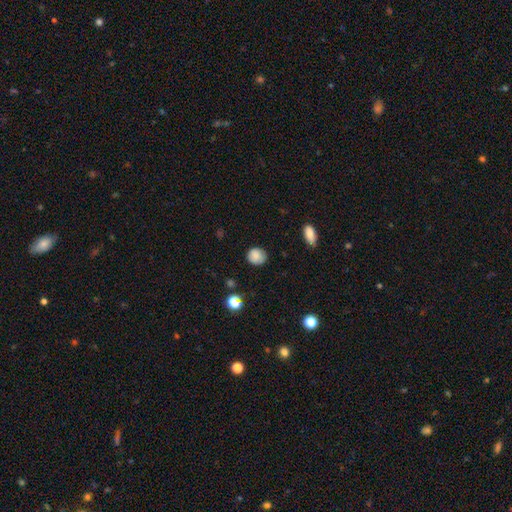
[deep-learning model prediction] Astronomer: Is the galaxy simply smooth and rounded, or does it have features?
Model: smooth — 84%.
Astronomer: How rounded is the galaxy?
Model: round — 80%.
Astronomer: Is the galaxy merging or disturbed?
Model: none — 79%.